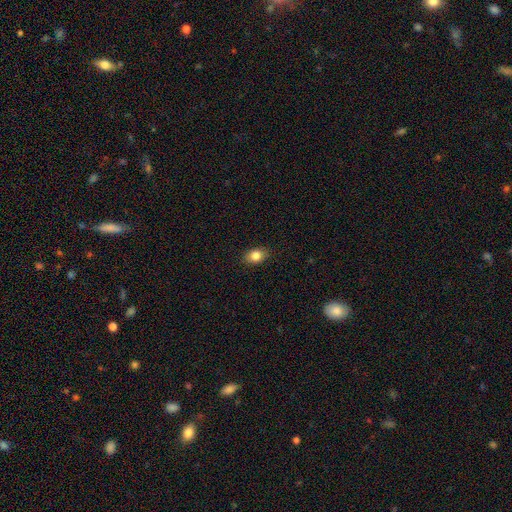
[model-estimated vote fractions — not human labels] A smooth galaxy with no disk features (84%) that is in between round and cigar-shaped (77%).

Vote fractions:
- Smooth or featured? smooth: 84% / star or artifact: 9% / featured or disk: 8%
- How rounded? in between: 77% / round: 22% / cigar-shaped: 2%
- Merging? none: 88% / minor disturbance: 9% / major disturbance: 2% / merger: 1%